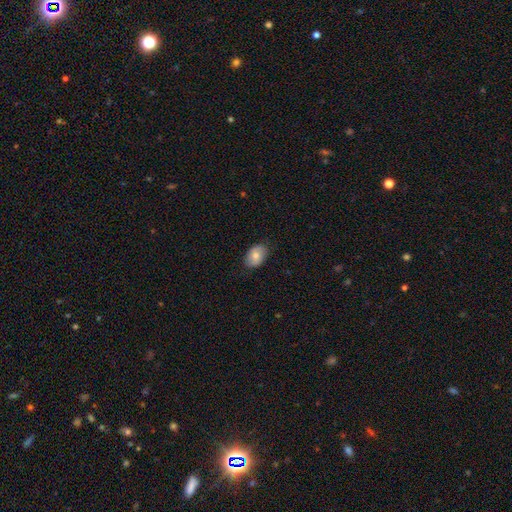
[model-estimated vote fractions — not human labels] This is likely a smooth galaxy (74%). How rounded: clearly in between (84%). Merging: clearly none (83%).